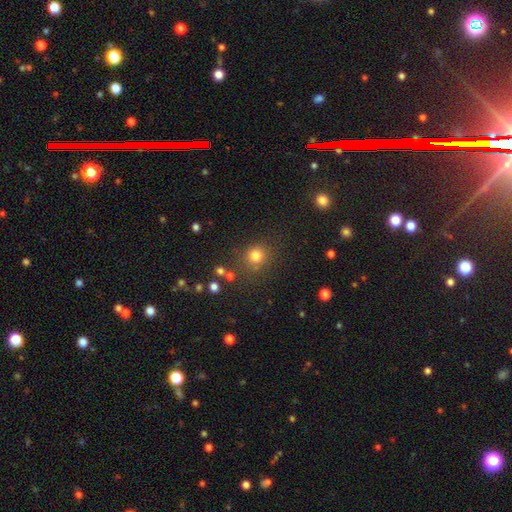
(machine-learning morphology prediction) A smooth galaxy with no disk features (79%) that is round (87%). Merging: none (78%).